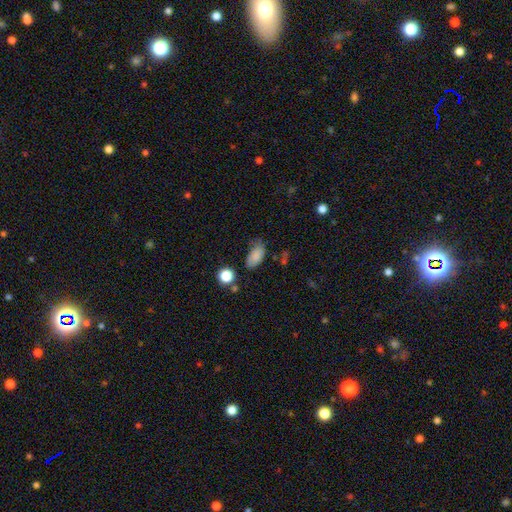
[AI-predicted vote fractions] Smooth or featured? Predicted: smooth (p=0.82). How rounded? Predicted: in between (p=0.91). Merging? Predicted: none (p=0.54).